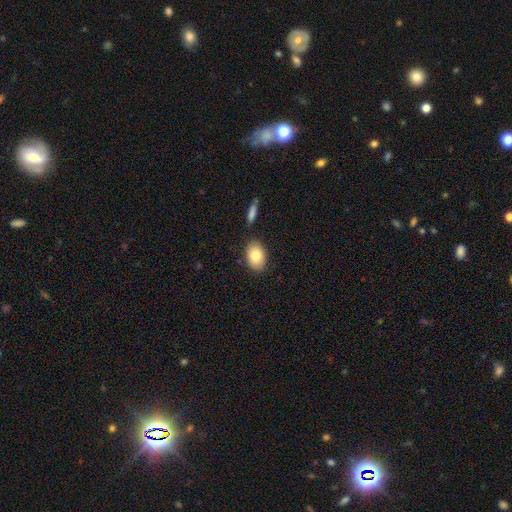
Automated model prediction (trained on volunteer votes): Smooth or featured?
  - smooth: 82% *
  - featured or disk: 11%
  - star or artifact: 7%
How rounded?
  - in between: 83% *
  - round: 15%
  - cigar-shaped: 1%
Merging?
  - none: 83% *
  - minor disturbance: 11%
  - merger: 4%
  - major disturbance: 2%